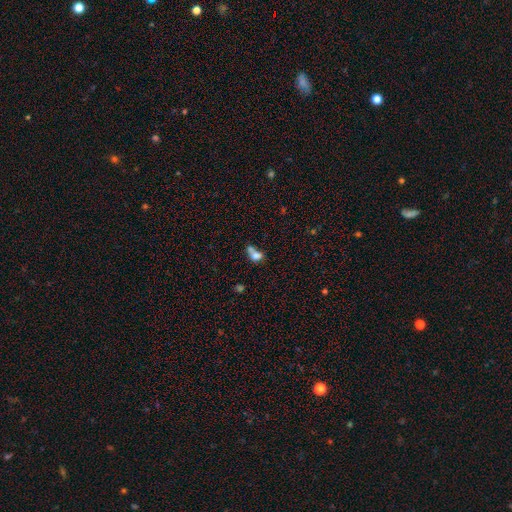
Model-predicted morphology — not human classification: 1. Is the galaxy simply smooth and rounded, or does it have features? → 71% smooth, 17% featured or disk, 12% star or artifact.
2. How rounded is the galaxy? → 57% in between, 40% round, 3% cigar-shaped.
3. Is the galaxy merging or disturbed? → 58% merger, 21% none, 11% minor disturbance, 9% major disturbance.